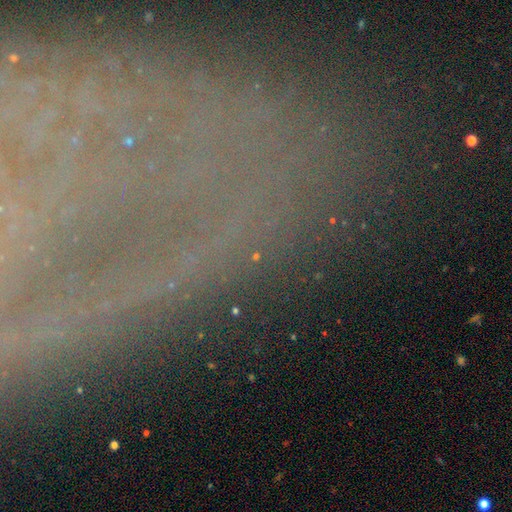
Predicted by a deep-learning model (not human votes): Overall: star or artifact (69%).